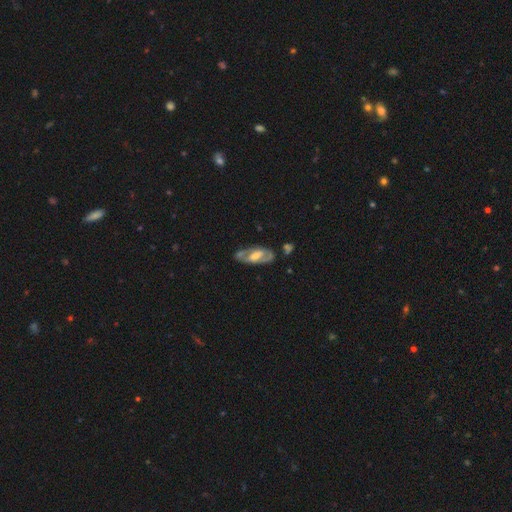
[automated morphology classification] This appears to be a featured or disk galaxy (68%) with a weak bar (38%), spiral arms (55%) and a moderate central bulge (52%). Merging: none (67%).